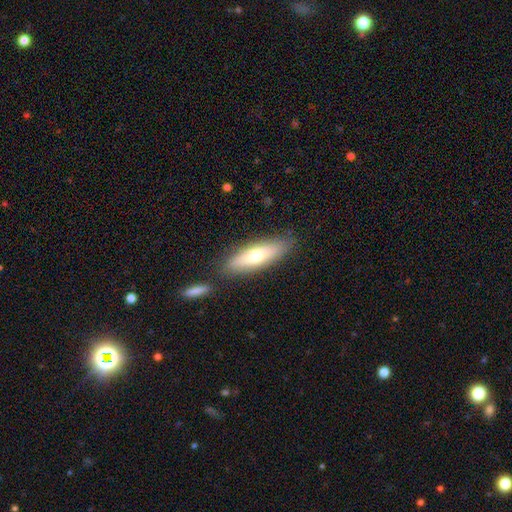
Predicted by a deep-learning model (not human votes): A smooth galaxy with no disk features (62%) that is cigar-shaped (50%). Merging: none (79%).